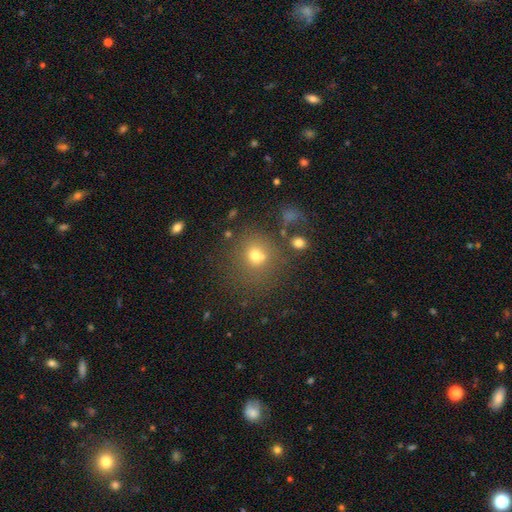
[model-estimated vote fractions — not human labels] smooth_or_featured: smooth (p=0.67) [alt: star or artifact p=0.19]
how_rounded: round (p=0.82) [alt: in between p=0.17]
merging: none (p=0.63) [alt: merger p=0.18]